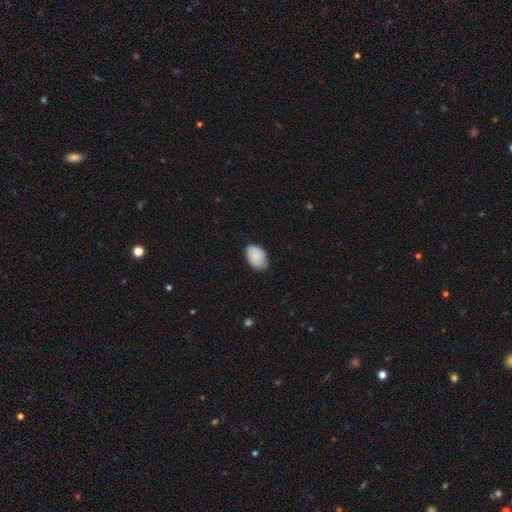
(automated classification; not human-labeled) A smooth galaxy with no disk features (84%) that is in between round and cigar-shaped (88%). Merging: none (80%).